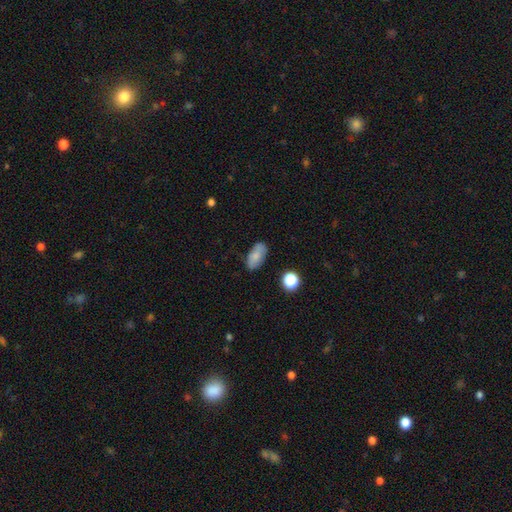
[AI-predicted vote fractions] This is likely a smooth galaxy (80%). How rounded: clearly in between (91%). Merging: likely none (79%).